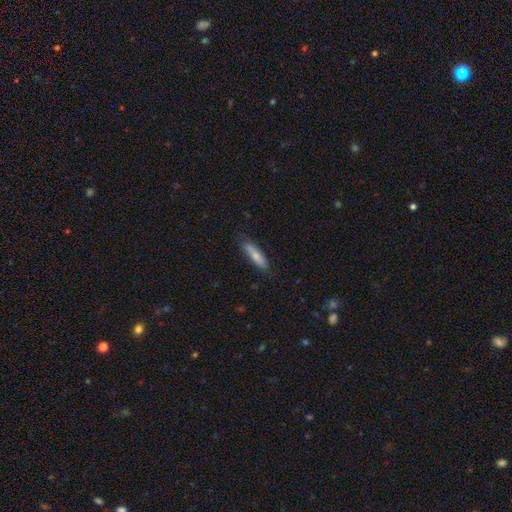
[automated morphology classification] Smooth or featured? Predicted: smooth (p=0.76). How rounded? Predicted: cigar-shaped (p=0.69). Merging? Predicted: none (p=0.77).